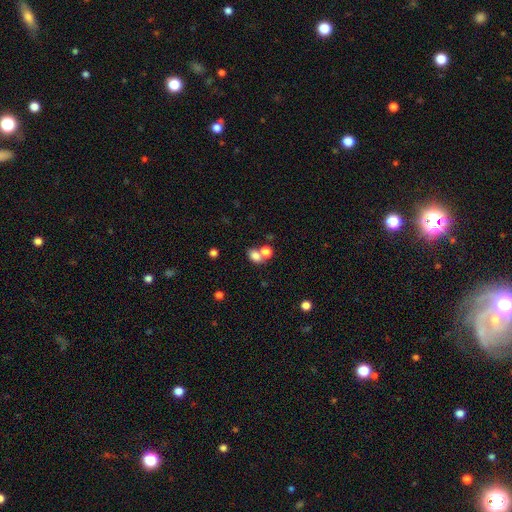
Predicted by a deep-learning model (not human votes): Morphology: type=smooth (78%); roundness=in between (68%); merging=merger (44%).